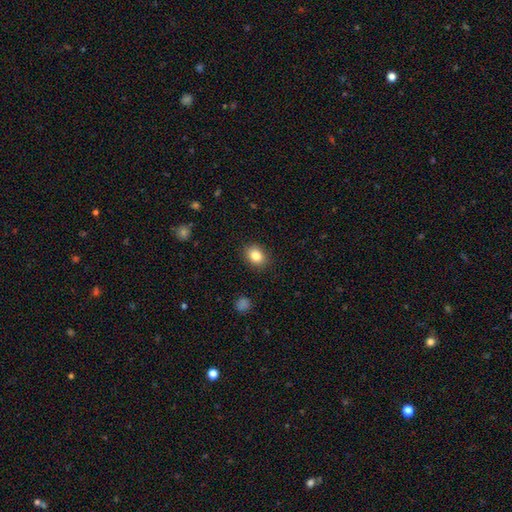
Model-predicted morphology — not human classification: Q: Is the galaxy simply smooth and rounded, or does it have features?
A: smooth — 83%.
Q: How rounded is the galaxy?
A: in between — 54%.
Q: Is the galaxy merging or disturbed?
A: none — 89%.